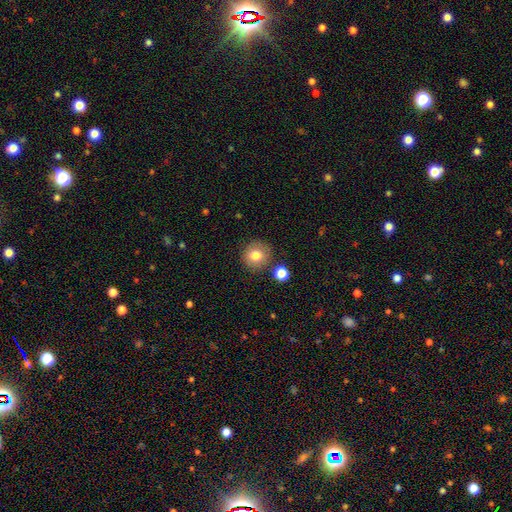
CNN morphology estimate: Smooth or featured?
  - smooth: 80% *
  - featured or disk: 10%
  - star or artifact: 10%
How rounded?
  - round: 90% *
  - in between: 9%
  - cigar-shaped: 1%
Merging?
  - none: 83% *
  - minor disturbance: 9%
  - merger: 5%
  - major disturbance: 3%